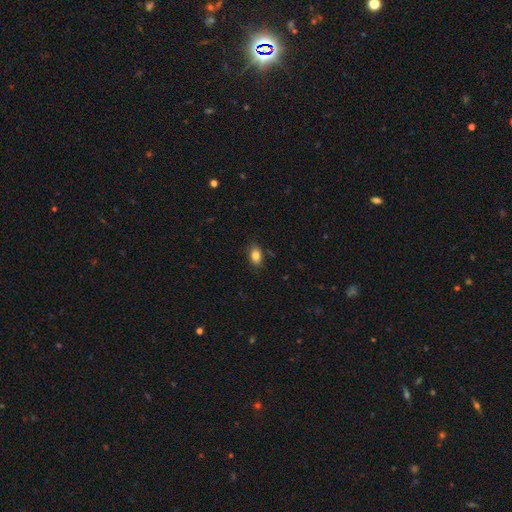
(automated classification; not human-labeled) Q: Smooth or featured?
A: smooth (84%); runner-up: star or artifact (9%)
Q: How rounded?
A: in between (81%); runner-up: round (17%)
Q: Merging?
A: none (84%); runner-up: minor disturbance (12%)